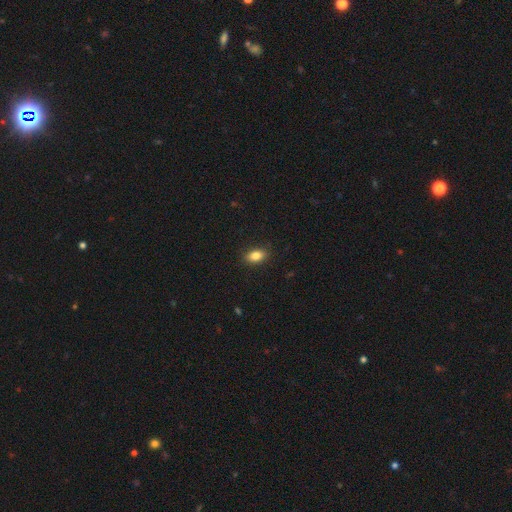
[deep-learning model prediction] smooth_or_featured: smooth (p=0.85) [alt: star or artifact p=0.09]
how_rounded: in between (p=0.87) [alt: round p=0.10]
merging: none (p=0.88) [alt: minor disturbance p=0.09]